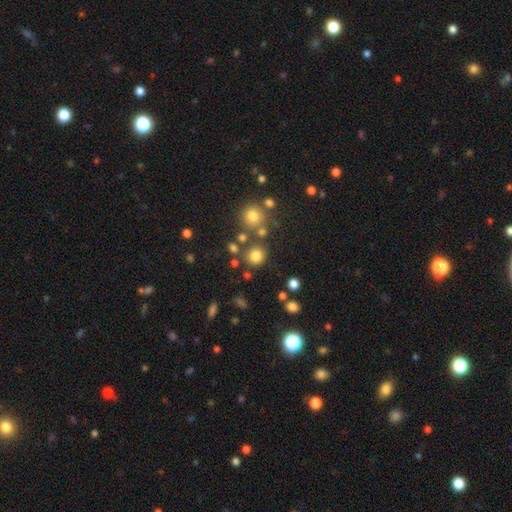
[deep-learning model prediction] smooth 79%, star or artifact 15%, featured or disk 6%. Down the decision tree: how rounded — round (88%); merging — none (78%).